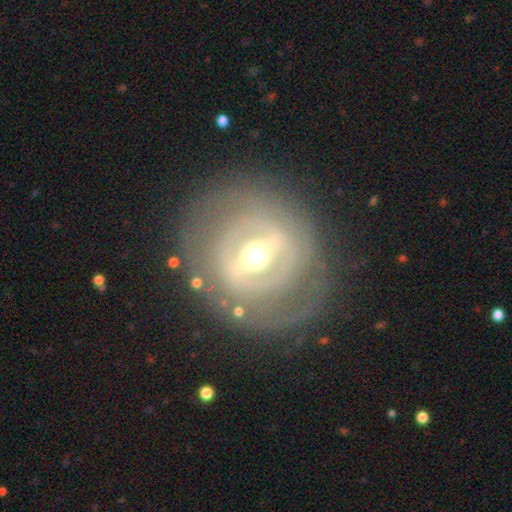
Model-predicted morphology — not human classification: A featured or disk galaxy (83%) with a strong bar (70%), no spiral arms (52%) and a moderate central bulge (70%).

Vote fractions:
- Smooth or featured? featured or disk: 83% / smooth: 11% / star or artifact: 6%
- Edge-on disk? no: 89% / yes: 11%
- Bar? strong: 70% / weak: 22% / no: 8%
- Spiral arms? no: 52% / yes: 48%
- Bulge size? moderate: 70% / small: 18% / large: 10% / dominant: 1% / none: 1%
- Merging? none: 80% / minor disturbance: 11% / major disturbance: 7% / merger: 1%